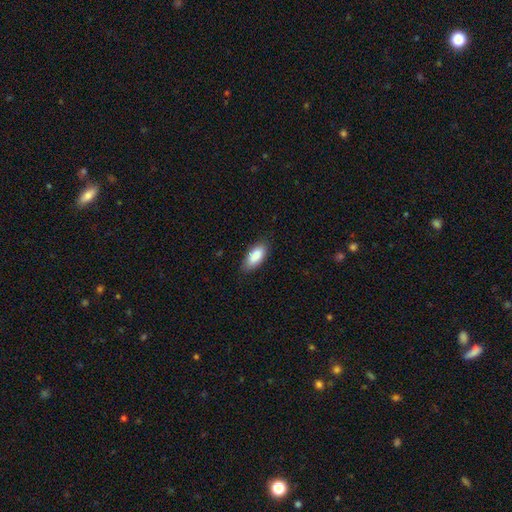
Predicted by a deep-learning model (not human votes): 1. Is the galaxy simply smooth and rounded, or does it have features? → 88% smooth, 6% star or artifact, 6% featured or disk.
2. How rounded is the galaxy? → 87% in between, 11% cigar-shaped, 2% round.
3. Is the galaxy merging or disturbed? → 81% none, 15% minor disturbance, 3% major disturbance, 1% merger.